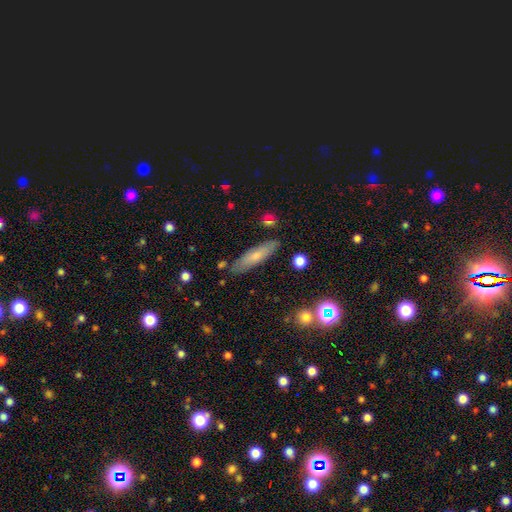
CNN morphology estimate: Smooth or featured?
  - smooth: 65% *
  - featured or disk: 28%
  - star or artifact: 7%
How rounded?
  - cigar-shaped: 76% *
  - in between: 22%
  - round: 2%
Merging?
  - none: 82% *
  - minor disturbance: 12%
  - merger: 3%
  - major disturbance: 2%